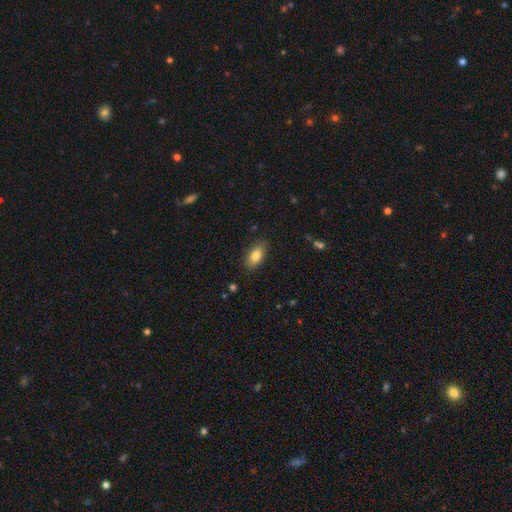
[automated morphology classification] A smooth galaxy with no disk features (82%) that is in between round and cigar-shaped (90%). Merging: none (86%).